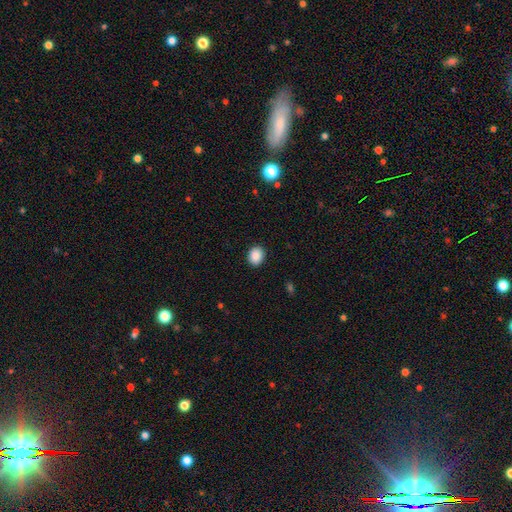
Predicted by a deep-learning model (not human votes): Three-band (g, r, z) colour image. It shows a smooth galaxy with no disk features (89%) that is round (58%). Merging: none (91%).